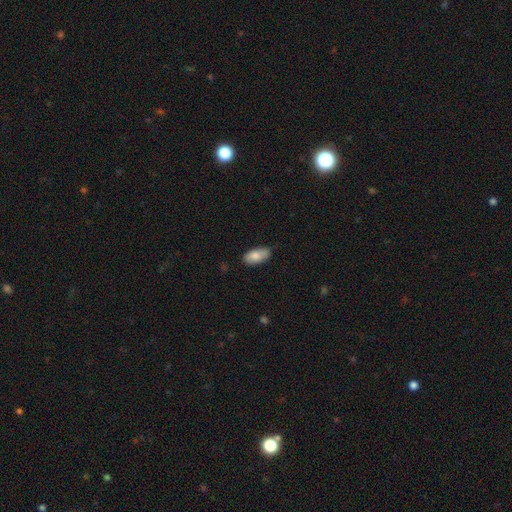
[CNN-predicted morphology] Smooth or featured? smooth (82%)
How rounded? in between (91%)
Merging? none (76%)